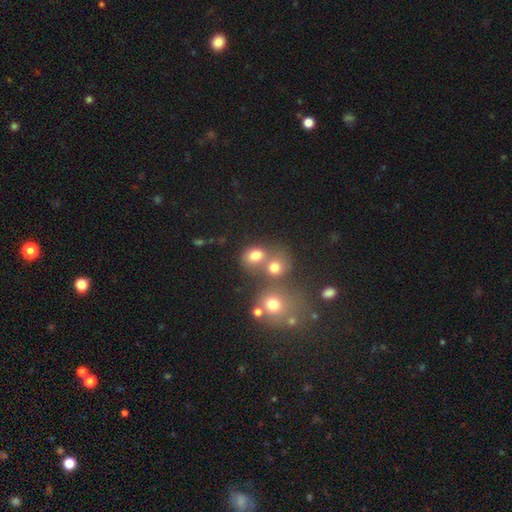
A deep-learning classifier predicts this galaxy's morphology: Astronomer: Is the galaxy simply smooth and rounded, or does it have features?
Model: smooth — 74%.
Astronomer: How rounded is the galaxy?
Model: round — 60% (runner-up: in between, 39%).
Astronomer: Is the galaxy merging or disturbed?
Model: none — 45% (runner-up: merger, 39%).